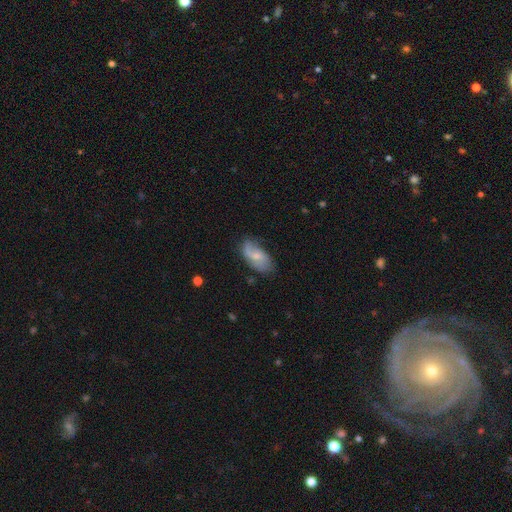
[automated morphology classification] smooth_or_featured: featured or disk (p=0.55) [alt: smooth p=0.38]
disk_edge_on: no (p=0.95) [alt: yes p=0.05]
bar: no (p=0.53) [alt: weak p=0.40]
has_spiral_arms: yes (p=0.83) [alt: no p=0.17]
bulge_size: small (p=0.57) [alt: moderate p=0.32]
merging: none (p=0.56) [alt: minor disturbance p=0.29]